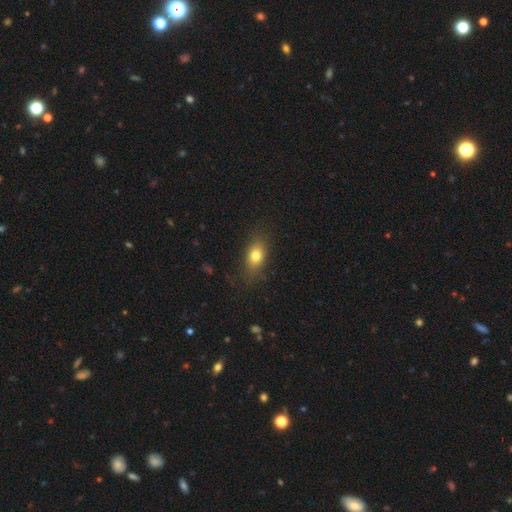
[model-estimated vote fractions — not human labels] Smooth or featured: smooth — 78% (featured or disk — 12%)
How rounded: in between — 76% (round — 20%)
Merging: none — 77% (minor disturbance — 16%)